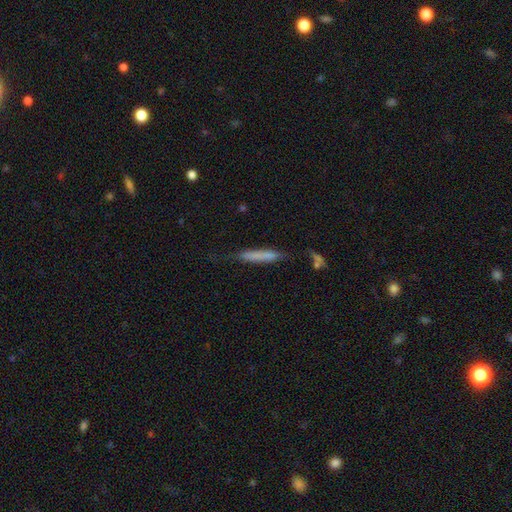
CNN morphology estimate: Smooth or featured: smooth — 69% (featured or disk — 24%)
How rounded: cigar-shaped — 93% (in between — 6%)
Merging: none — 62% (minor disturbance — 24%)